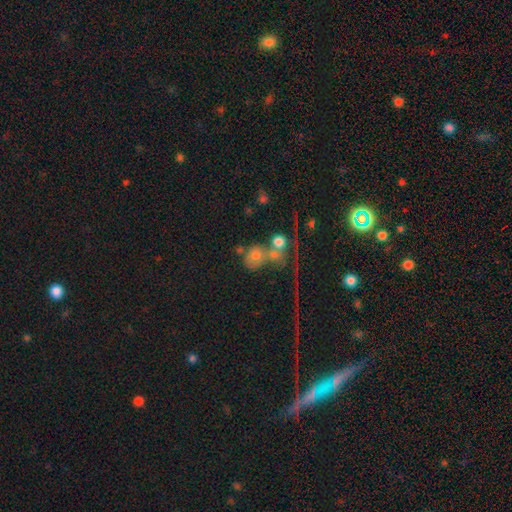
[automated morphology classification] Smooth or featured? Predicted: smooth (p=0.61). How rounded? Predicted: round (p=0.68). Merging? Predicted: merger (p=0.50).